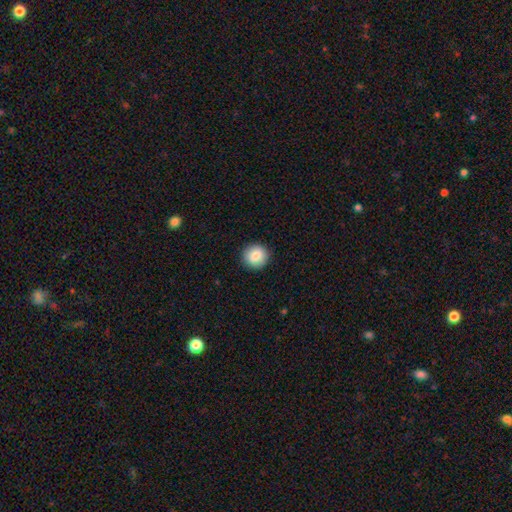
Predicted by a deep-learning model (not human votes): smooth 86%, star or artifact 8%, featured or disk 6%. Down the decision tree: how rounded — round (92%); merging — none (92%).